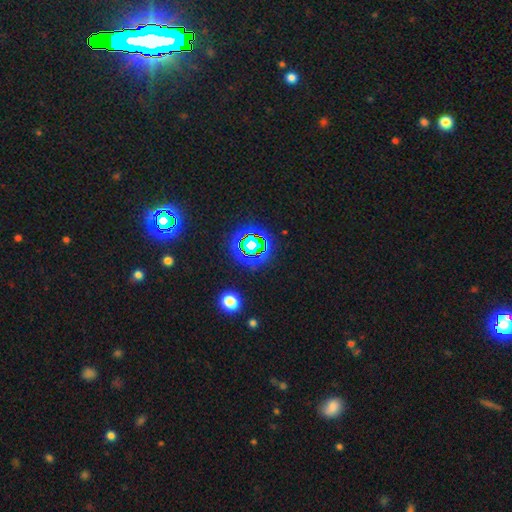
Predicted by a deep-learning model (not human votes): This is likely a star or artifact rather than a galaxy (72%).